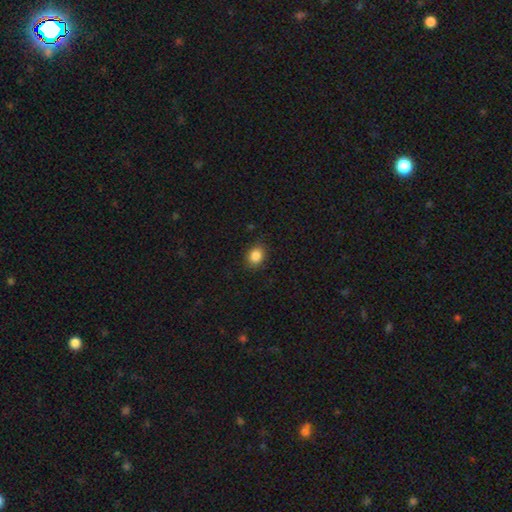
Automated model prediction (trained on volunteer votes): The model was most divided on "how rounded": round: 57%, in between: 42%, cigar-shaped: 1%. More confident: merging — none (86%); smooth or featured — smooth (86%).